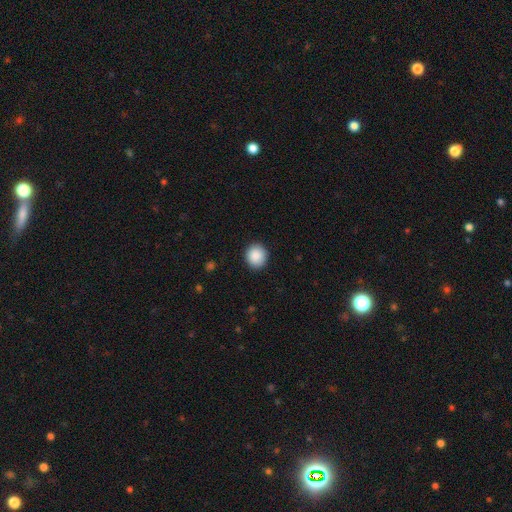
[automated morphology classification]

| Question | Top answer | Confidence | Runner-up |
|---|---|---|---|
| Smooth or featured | smooth | 89% | star or artifact (8%) |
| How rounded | round | 87% | in between (12%) |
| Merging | none | 91% | minor disturbance (6%) |